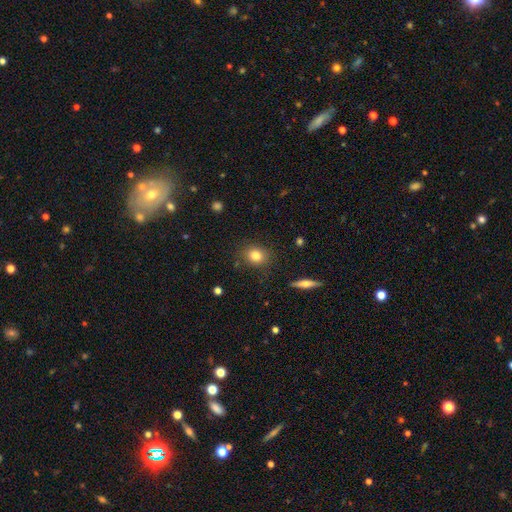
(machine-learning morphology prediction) This appears to be a smooth galaxy with no disk features (81%) that is round (66%). Merging: none (85%).